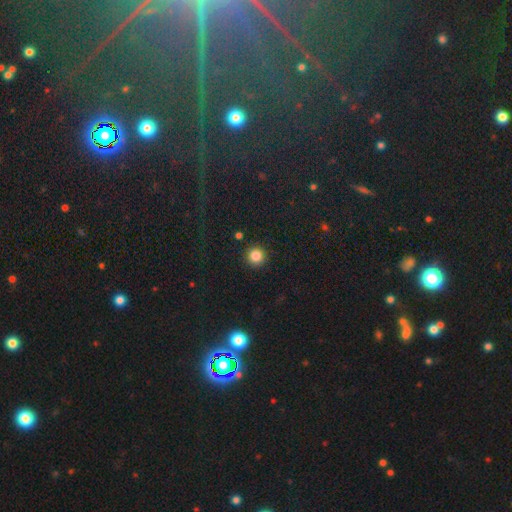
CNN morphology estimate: Overall: smooth (84%). How rounded: round (95%). Merging: none (92%).